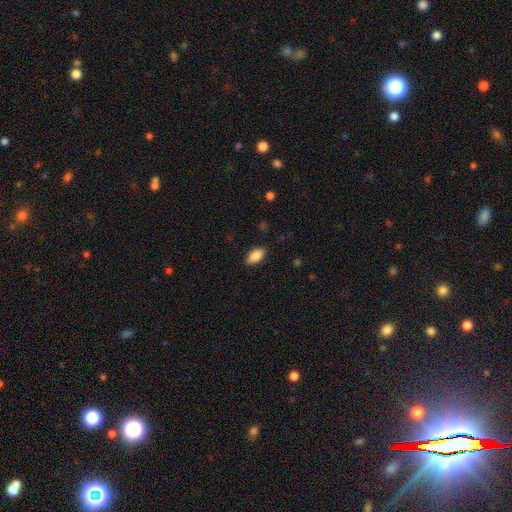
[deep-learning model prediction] Smooth or featured? smooth (85%)
How rounded? in between (91%)
Merging? none (87%)